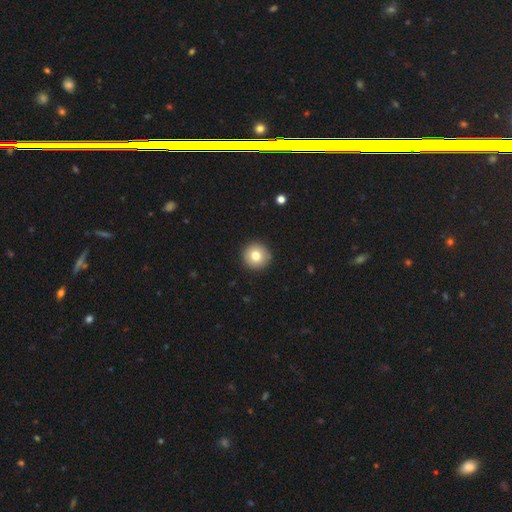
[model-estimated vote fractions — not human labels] Smooth or featured?
  - smooth: 77% *
  - featured or disk: 13%
  - star or artifact: 10%
How rounded?
  - round: 95% *
  - in between: 4%
  - cigar-shaped: 1%
Merging?
  - none: 93% *
  - minor disturbance: 5%
  - major disturbance: 2%
  - merger: 1%